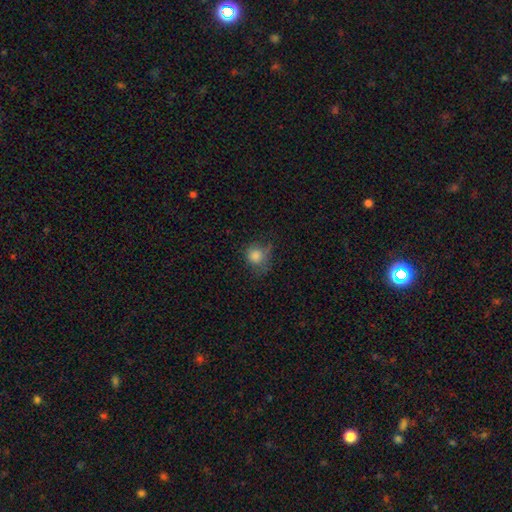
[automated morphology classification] A smooth galaxy with no disk features (80%) that is round (79%). Merging: none (50%).